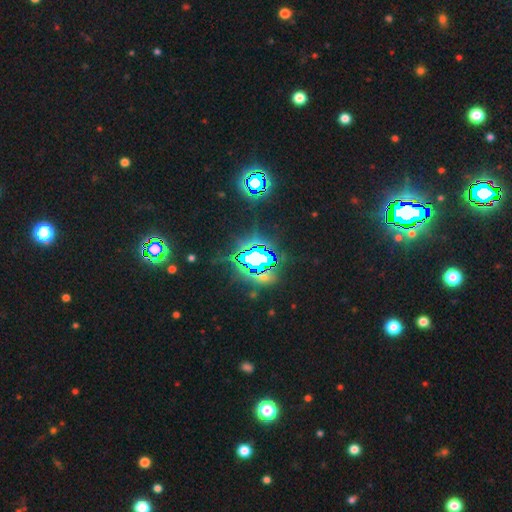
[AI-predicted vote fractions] Morphology: type=star or artifact (78%).